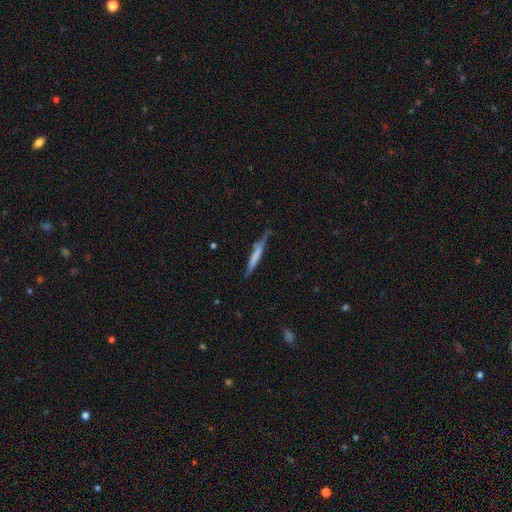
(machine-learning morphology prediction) Smooth or featured? smooth (53%)
How rounded? cigar-shaped (95%)
Merging? none (75%)